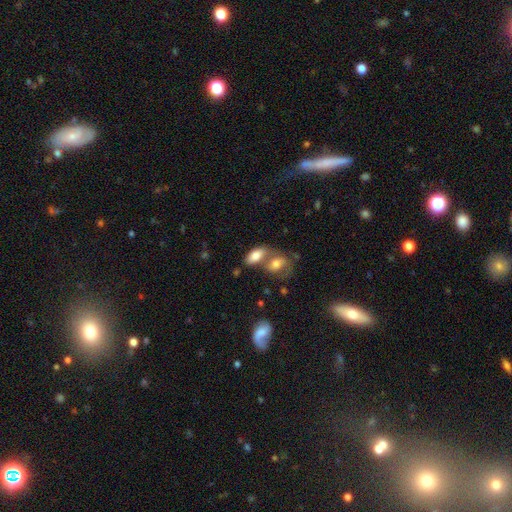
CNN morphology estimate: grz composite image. It shows a smooth galaxy with no disk features (78%) that is in between round and cigar-shaped (89%). Merging: merger (51%).